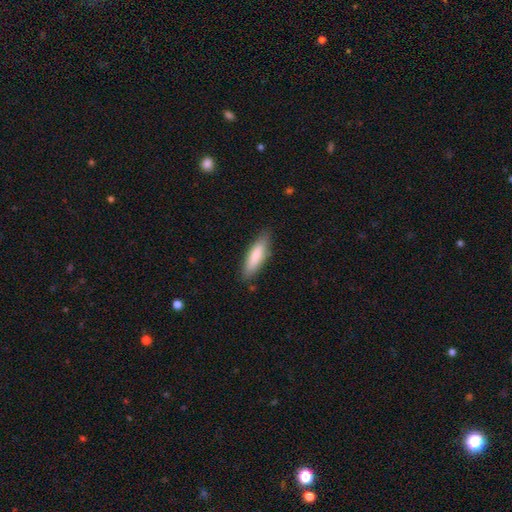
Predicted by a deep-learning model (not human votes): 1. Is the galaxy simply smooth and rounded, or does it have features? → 81% smooth, 14% featured or disk, 5% star or artifact.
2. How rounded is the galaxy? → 60% cigar-shaped, 39% in between, 1% round.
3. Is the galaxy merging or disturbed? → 83% none, 13% minor disturbance, 2% major disturbance, 2% merger.